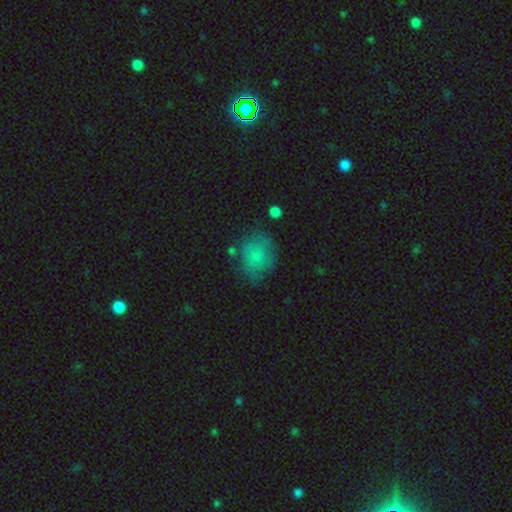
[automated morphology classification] smooth_or_featured: smooth (p=0.72) [alt: featured or disk p=0.17]
how_rounded: round (p=0.56) [alt: in between p=0.43]
merging: none (p=0.61) [alt: minor disturbance p=0.25]